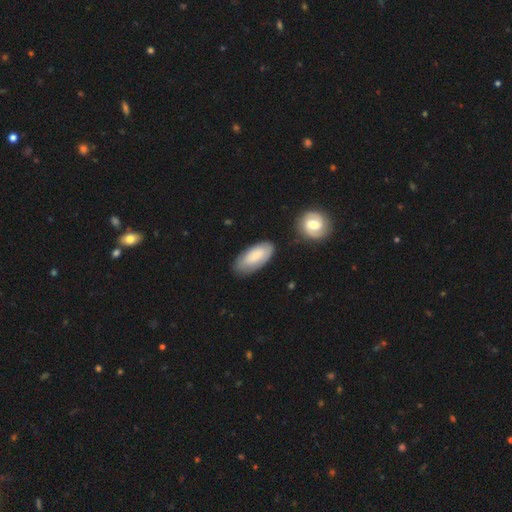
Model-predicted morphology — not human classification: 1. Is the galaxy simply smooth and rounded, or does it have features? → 65% smooth, 29% featured or disk, 6% star or artifact.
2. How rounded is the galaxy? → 89% in between, 8% cigar-shaped, 2% round.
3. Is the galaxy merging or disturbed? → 73% none, 18% minor disturbance, 5% merger, 4% major disturbance.